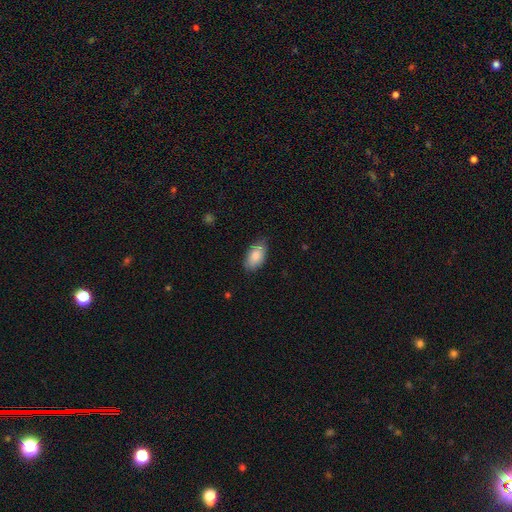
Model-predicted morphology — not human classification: A smooth galaxy with no disk features (85%) that is in between round and cigar-shaped (94%). Merging: none (74%).